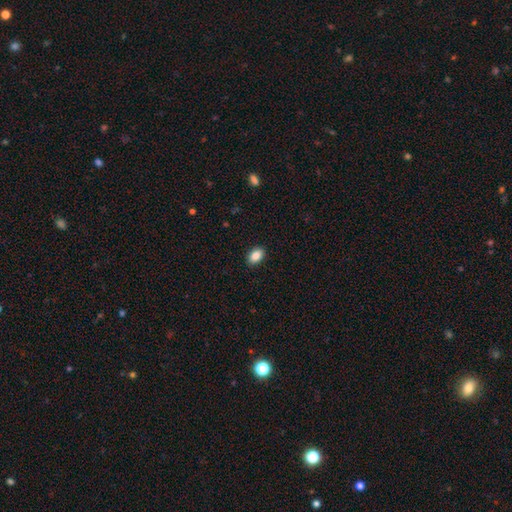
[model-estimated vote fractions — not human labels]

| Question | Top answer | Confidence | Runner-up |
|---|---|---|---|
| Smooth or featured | smooth | 88% | star or artifact (8%) |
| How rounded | in between | 88% | round (10%) |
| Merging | none | 90% | minor disturbance (7%) |